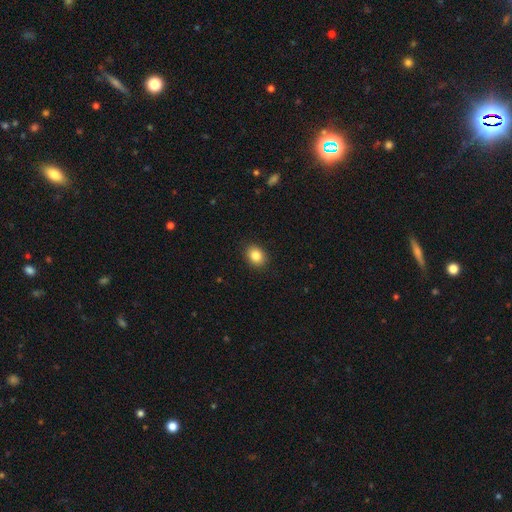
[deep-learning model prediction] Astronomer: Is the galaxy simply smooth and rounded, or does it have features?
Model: smooth — 85%.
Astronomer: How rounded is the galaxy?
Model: in between — 59% (runner-up: round, 40%).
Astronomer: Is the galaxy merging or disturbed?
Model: none — 90%.